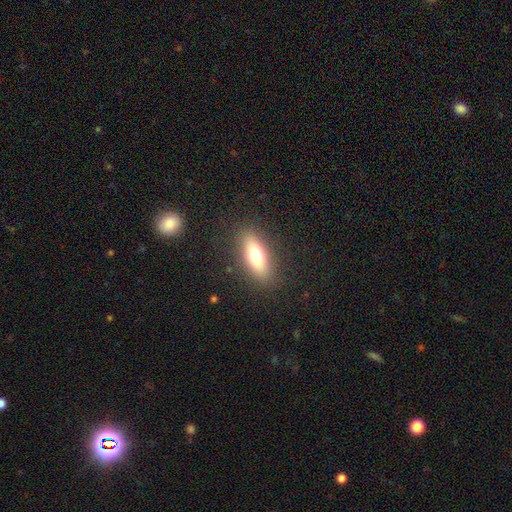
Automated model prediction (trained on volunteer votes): Smooth or featured? Predicted: smooth (p=0.66). How rounded? Predicted: in between (p=0.59). Merging? Predicted: none (p=0.87).